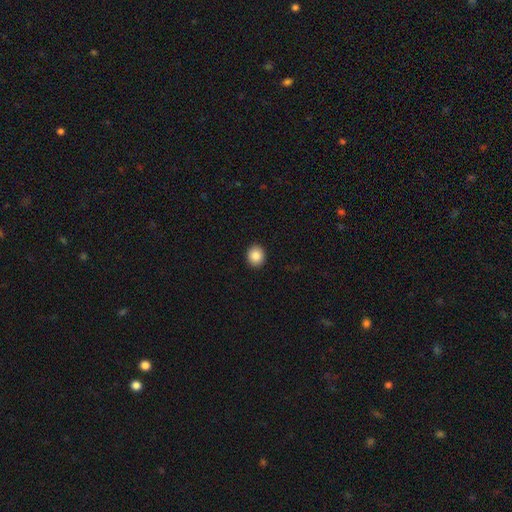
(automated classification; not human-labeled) smooth-or-featured: smooth: 87% | star or artifact: 9% | featured or disk: 4%
  how-rounded: round: 70% | in between: 29% | cigar-shaped: 1%
  merging: none: 92% | minor disturbance: 5% | major disturbance: 2% | merger: 1%